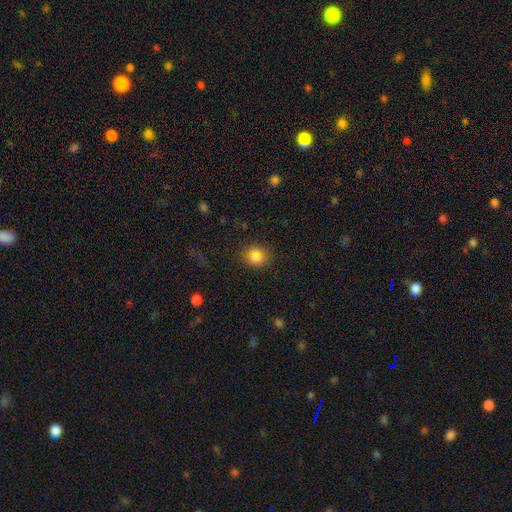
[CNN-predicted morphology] Smooth or featured: smooth — 70% (star or artifact — 23%)
How rounded: round — 74% (in between — 24%)
Merging: none — 86% (minor disturbance — 9%)